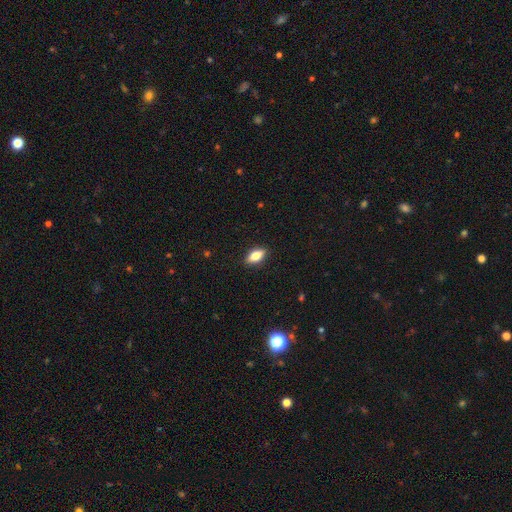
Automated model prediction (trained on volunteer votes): smooth_or_featured: smooth (p=0.70) [alt: featured or disk p=0.22]
how_rounded: in between (p=0.83) [alt: cigar-shaped p=0.12]
merging: none (p=0.88) [alt: minor disturbance p=0.09]